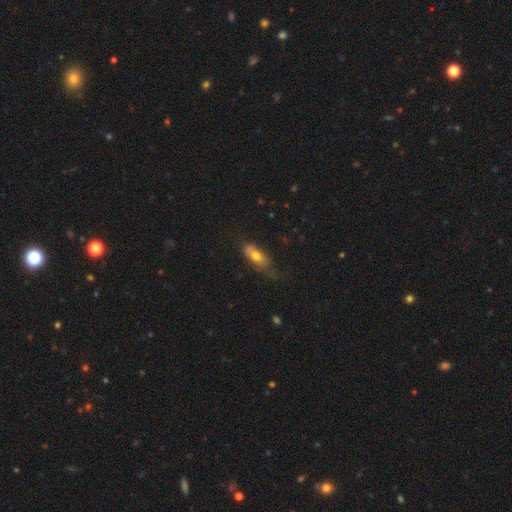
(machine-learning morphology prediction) Q: Smooth or featured?
A: smooth (64%); runner-up: featured or disk (27%)
Q: How rounded?
A: in between (77%); runner-up: cigar-shaped (17%)
Q: Merging?
A: none (37%); runner-up: minor disturbance (33%)